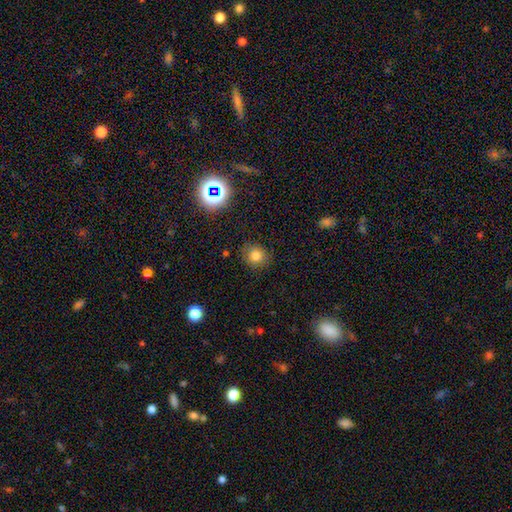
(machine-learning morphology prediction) This is likely a smooth galaxy (78%). How rounded: clearly round (84%). Merging: clearly none (85%).